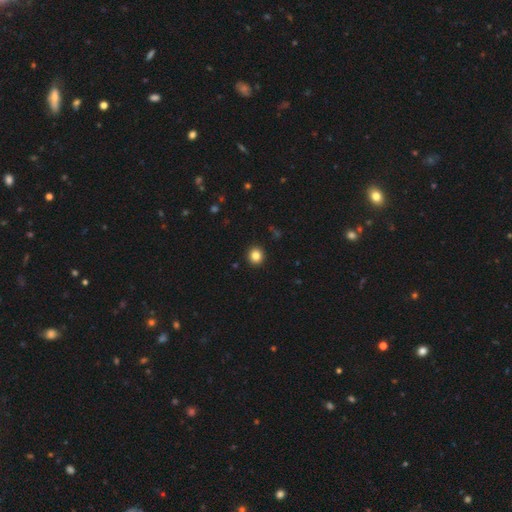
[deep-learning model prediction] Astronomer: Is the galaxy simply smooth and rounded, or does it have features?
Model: smooth — 83%.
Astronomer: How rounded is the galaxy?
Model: round — 91%.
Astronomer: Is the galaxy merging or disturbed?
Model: none — 93%.